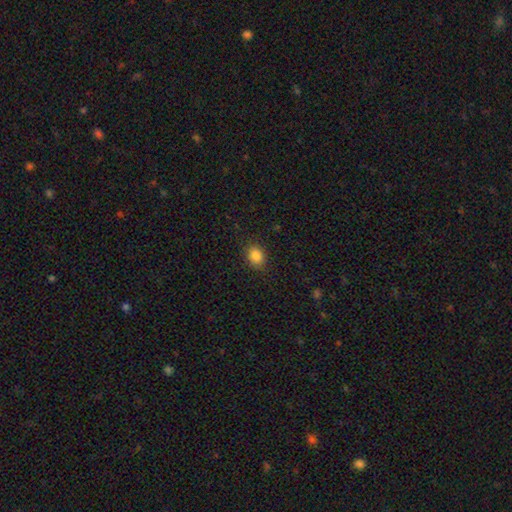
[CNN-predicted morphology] This appears to be a smooth galaxy with no disk features (85%) that is in between round and cigar-shaped (54%). Merging: none (87%).